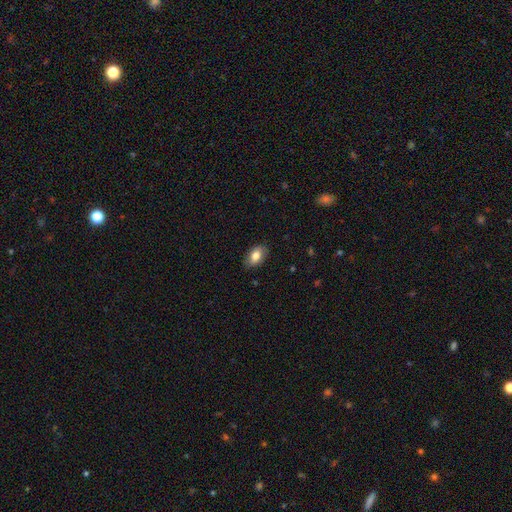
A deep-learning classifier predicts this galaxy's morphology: smooth_or_featured: smooth (p=0.80) [alt: featured or disk p=0.13]
how_rounded: in between (p=0.91) [alt: round p=0.07]
merging: none (p=0.86) [alt: minor disturbance p=0.11]